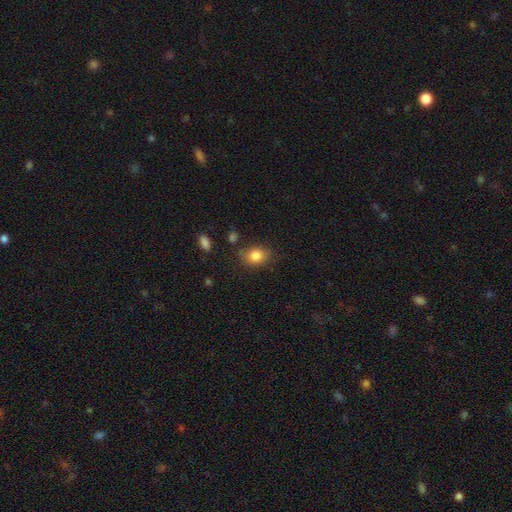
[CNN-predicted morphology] This appears to be a smooth galaxy with no disk features (83%) that is in between round and cigar-shaped (55%). Merging: none (74%).